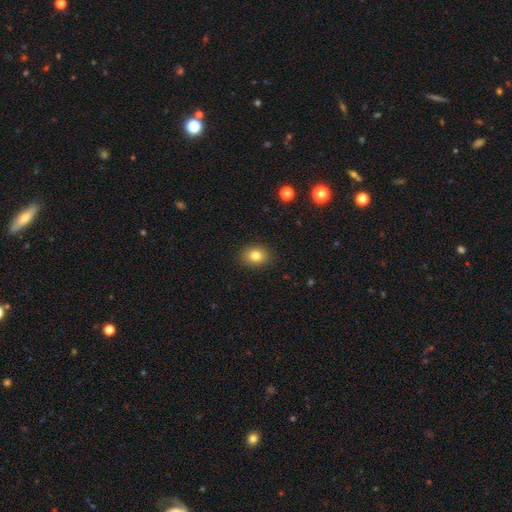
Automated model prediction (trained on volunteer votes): The model was most divided on "how rounded": round: 51%, in between: 48%, cigar-shaped: 1%. More confident: merging — none (89%); smooth or featured — smooth (81%).